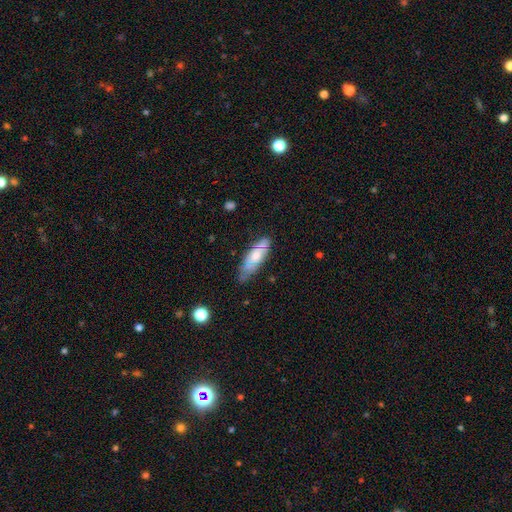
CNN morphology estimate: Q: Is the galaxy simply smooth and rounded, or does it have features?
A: smooth — 52%.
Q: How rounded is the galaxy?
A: in between — 56%.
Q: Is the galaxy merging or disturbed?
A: none — 62%.